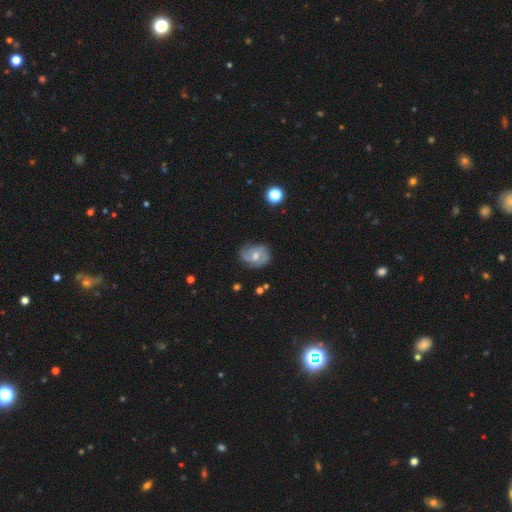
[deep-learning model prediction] This is likely a featured or disk galaxy (73%). It is clearly not viewed edge-on (97%). Bar: possibly no (51%). Spiral arm pattern: clearly yes (91%). Spiral arm count: possibly 2 (46%). Spiral winding: possibly medium (45%). Central bulge: likely moderate (64%). Merging: likely none (72%).